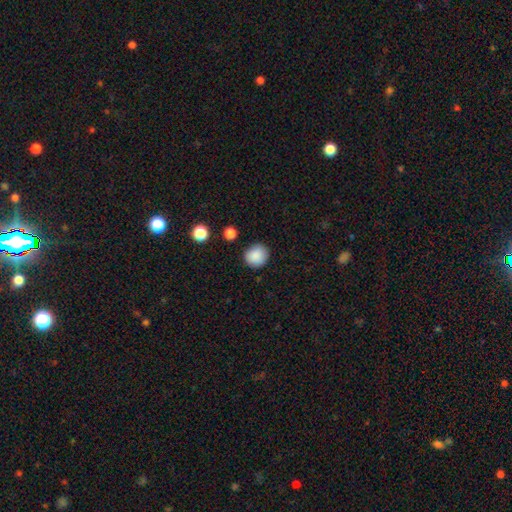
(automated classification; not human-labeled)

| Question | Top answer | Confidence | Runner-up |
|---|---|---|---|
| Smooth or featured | smooth | 88% | star or artifact (9%) |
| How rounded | round | 87% | in between (12%) |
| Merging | none | 85% | minor disturbance (10%) |